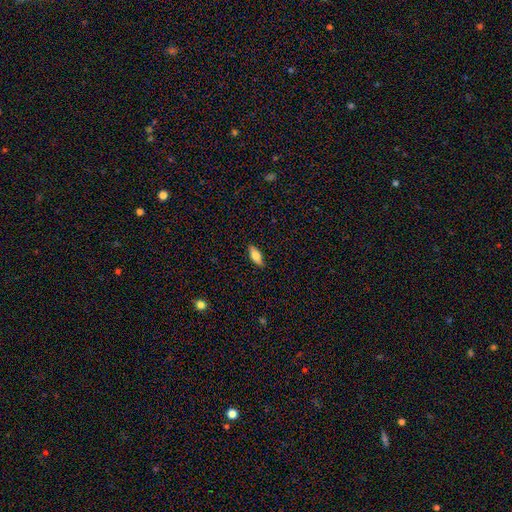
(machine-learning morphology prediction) A smooth galaxy with no disk features (75%) that is in between round and cigar-shaped (75%). Merging: none (87%).